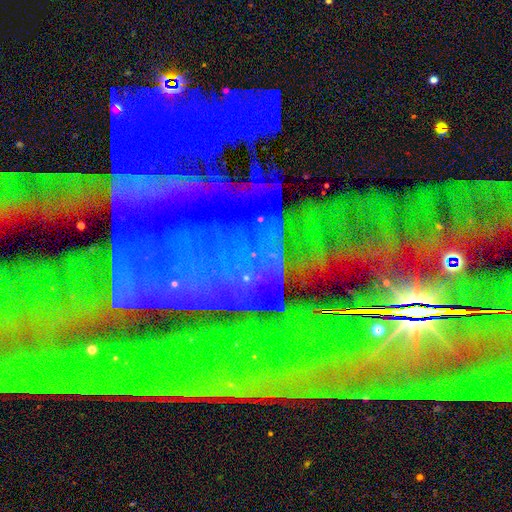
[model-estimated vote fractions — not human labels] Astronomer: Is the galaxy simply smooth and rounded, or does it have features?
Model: star or artifact — 82%.